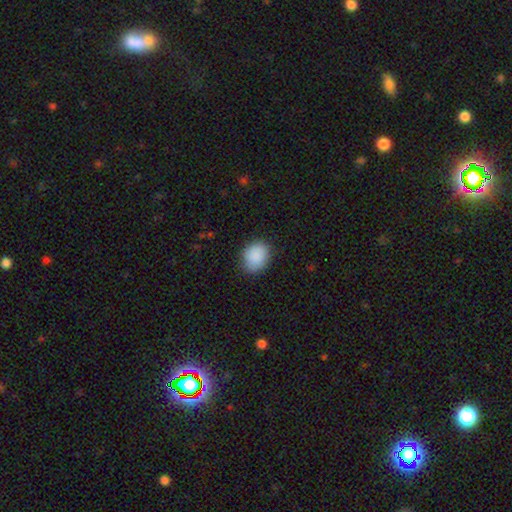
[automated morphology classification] Overall: smooth (89%). How rounded: round (53%; in between 46%). Merging: none (83%).